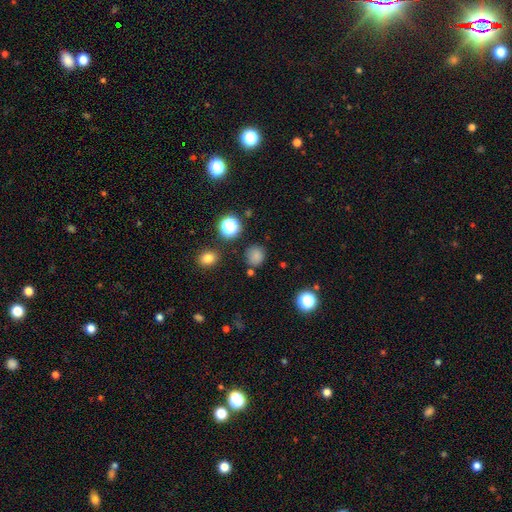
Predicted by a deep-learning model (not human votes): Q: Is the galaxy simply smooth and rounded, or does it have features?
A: smooth — 78%.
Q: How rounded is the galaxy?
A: round — 86%.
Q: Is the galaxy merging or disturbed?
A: none — 80%.